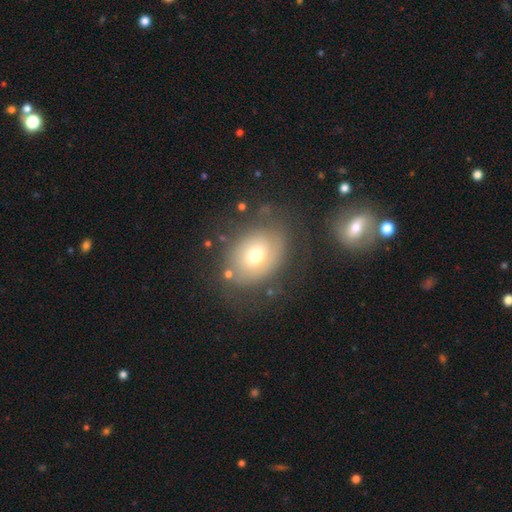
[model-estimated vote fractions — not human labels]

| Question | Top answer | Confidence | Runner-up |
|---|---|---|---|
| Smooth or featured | smooth | 49% | featured or disk (42%) |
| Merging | none | 66% | minor disturbance (18%) |